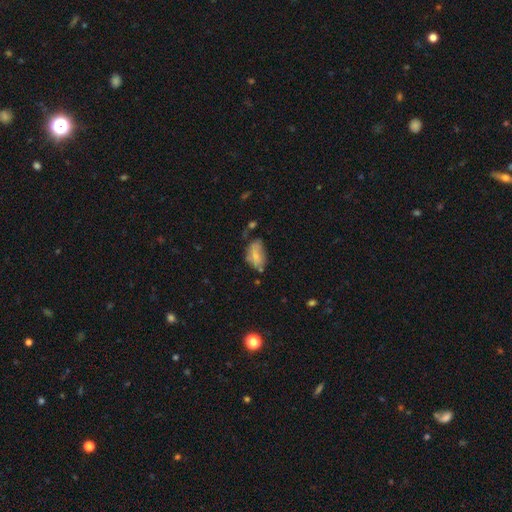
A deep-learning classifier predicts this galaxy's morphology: Overall: smooth (68%). How rounded: in between (91%). Merging: none (43%; minor disturbance 33%).